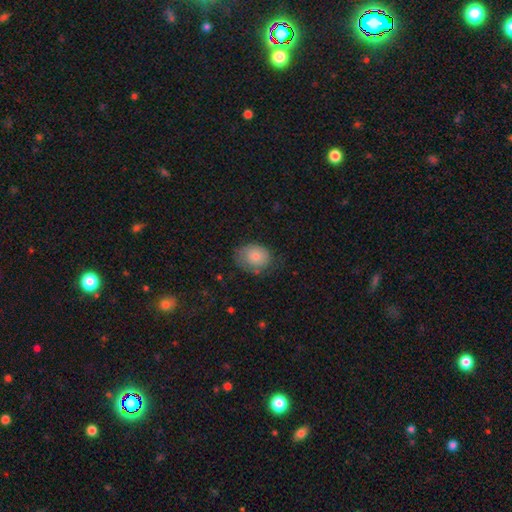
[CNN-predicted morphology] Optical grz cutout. It shows a smooth galaxy with no disk features (76%) that is in between round and cigar-shaped (56%). Merging: none (64%).